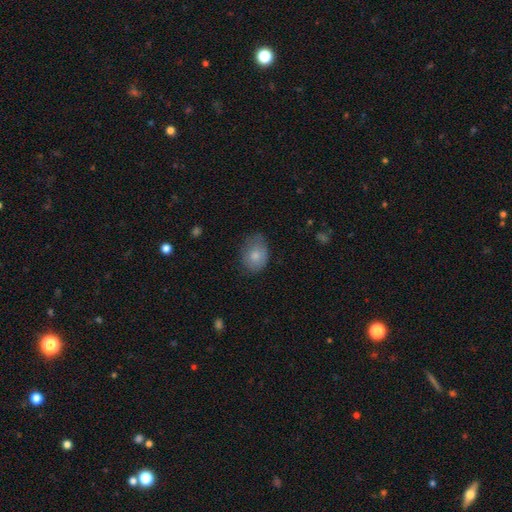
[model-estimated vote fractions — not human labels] smooth-or-featured: smooth: 79% | featured or disk: 13% | star or artifact: 8%
  how-rounded: in between: 66% | round: 33% | cigar-shaped: 1%
  merging: none: 58% | minor disturbance: 31% | major disturbance: 9% | merger: 1%